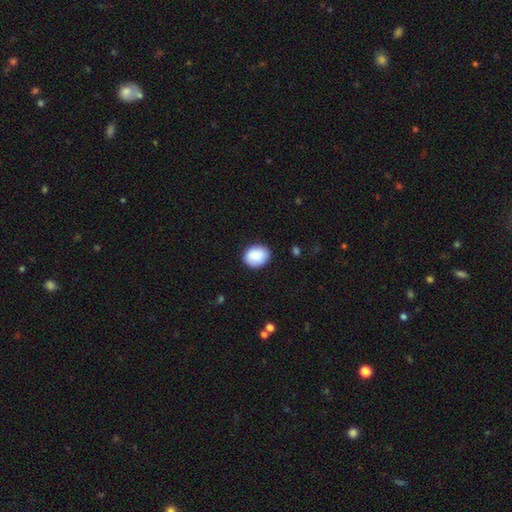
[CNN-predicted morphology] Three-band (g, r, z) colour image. It shows a smooth galaxy with no disk features (89%) that is round (55%). Merging: none (85%).